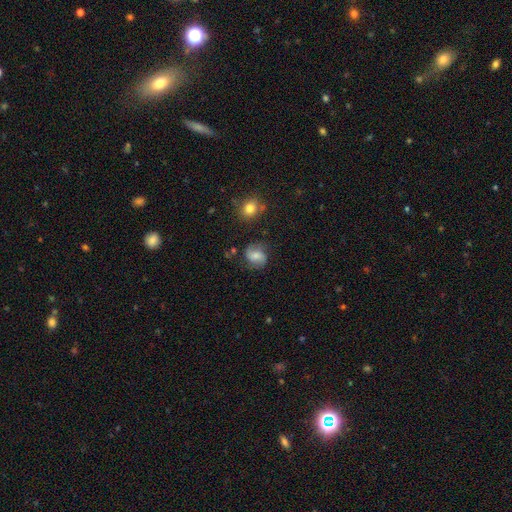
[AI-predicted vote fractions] Overall: smooth (47%; featured or disk 43%). Merging: none (73%).